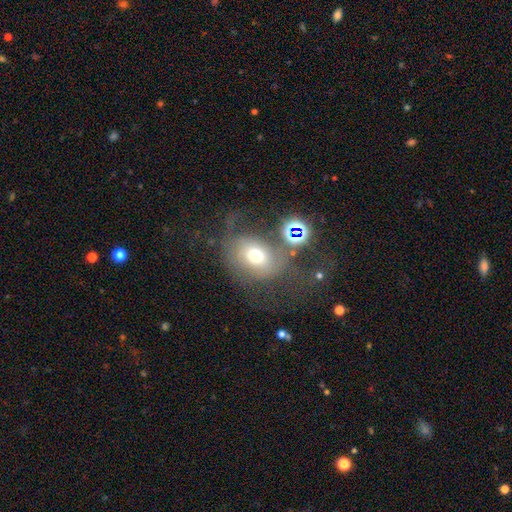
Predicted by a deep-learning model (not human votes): Morphology: type=smooth (58%); roundness=round (54%); merging=none (40%).